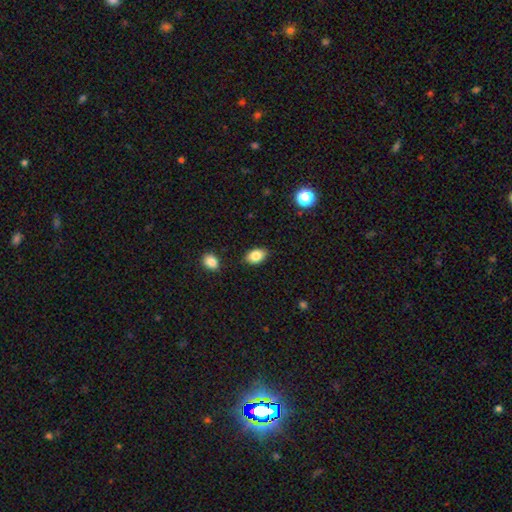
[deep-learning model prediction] A smooth galaxy with no disk features (85%) that is in between round and cigar-shaped (87%). Merging: none (85%).